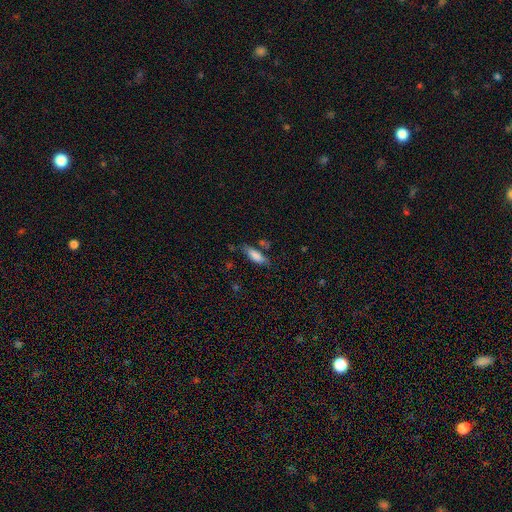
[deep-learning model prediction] Q: Smooth or featured?
A: smooth (80%); runner-up: featured or disk (13%)
Q: How rounded?
A: in between (56%); runner-up: cigar-shaped (42%)
Q: Merging?
A: none (67%); runner-up: minor disturbance (20%)